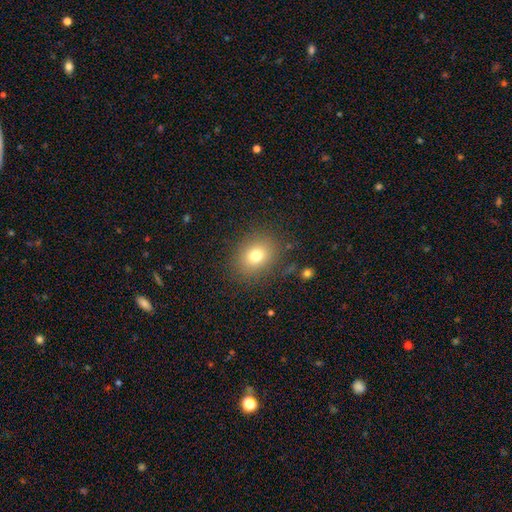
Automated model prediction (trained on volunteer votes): This appears to be a smooth galaxy with no disk features (76%) that is round (56%). Merging: none (84%).